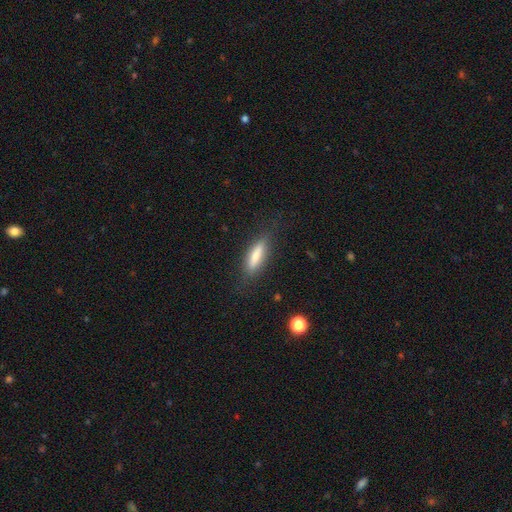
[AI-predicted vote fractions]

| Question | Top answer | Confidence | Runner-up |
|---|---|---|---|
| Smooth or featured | smooth | 71% | featured or disk (22%) |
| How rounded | cigar-shaped | 66% | in between (32%) |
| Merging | none | 81% | minor disturbance (13%) |